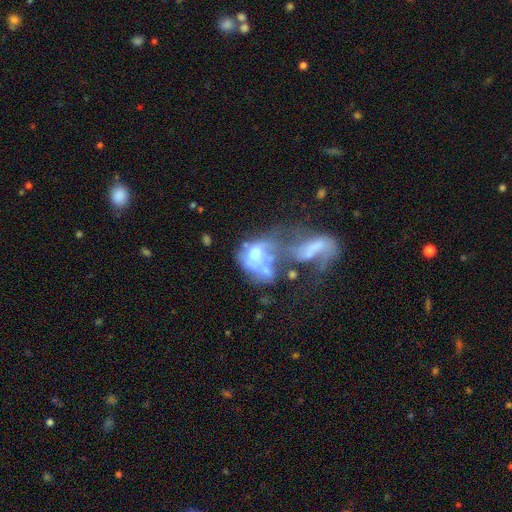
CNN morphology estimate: Smooth or featured?
  - featured or disk: 55% *
  - smooth: 32%
  - star or artifact: 13%
Edge-on disk?
  - no: 97% *
  - yes: 3%
Bar?
  - no: 85% *
  - weak: 11%
  - strong: 5%
Spiral arms?
  - no: 82% *
  - yes: 18%
Bulge size?
  - moderate: 39% *
  - large: 24%
  - none: 22%
  - small: 10%
  - dominant: 5%
Merging?
  - merger: 63% *
  - major disturbance: 23%
  - none: 9%
  - minor disturbance: 6%